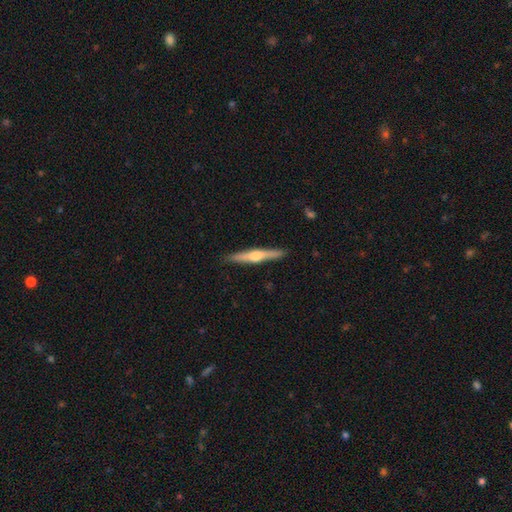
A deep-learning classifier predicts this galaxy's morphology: smooth-or-featured: featured or disk: 68% | smooth: 27% | star or artifact: 5%
  disk-edge-on: yes: 98% | no: 2%
    edge-on-bulge: rounded: 90% | boxy: 6% | none: 5%
  merging: none: 91% | minor disturbance: 7% | major disturbance: 1% | merger: 1%